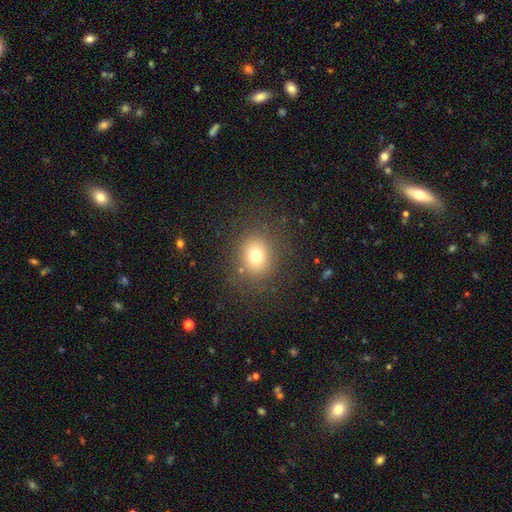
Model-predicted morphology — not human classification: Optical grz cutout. It shows a smooth galaxy with no disk features (74%) that is round (68%). Merging: none (83%).